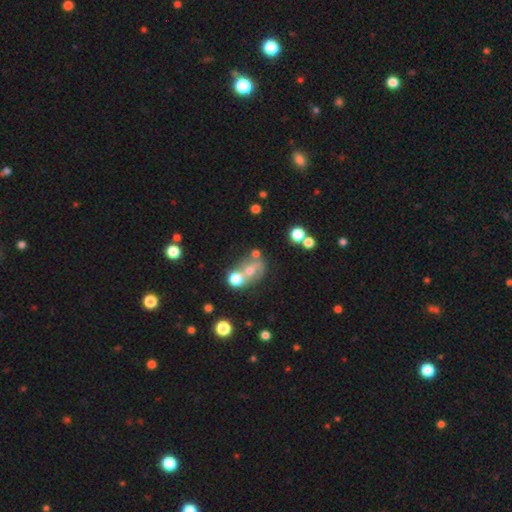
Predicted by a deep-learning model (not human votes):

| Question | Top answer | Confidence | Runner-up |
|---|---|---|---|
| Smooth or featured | smooth | 41% | featured or disk (35%) |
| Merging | merger | 42% | none (35%) |